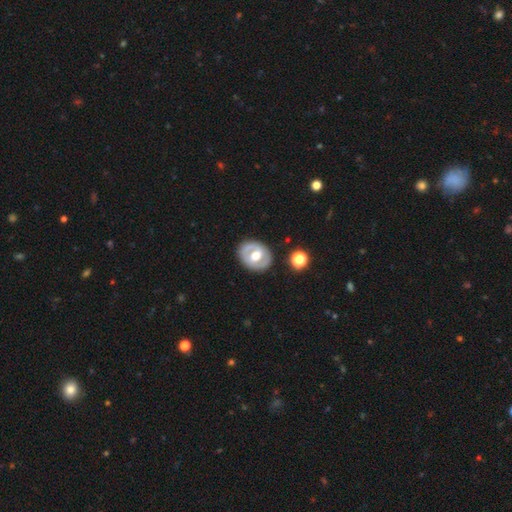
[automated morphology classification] smooth_or_featured: featured or disk (p=0.60) [alt: smooth p=0.35]
disk_edge_on: no (p=0.95) [alt: yes p=0.05]
bar: no (p=0.49) [alt: weak p=0.34]
has_spiral_arms: no (p=0.73) [alt: yes p=0.27]
bulge_size: moderate (p=0.65) [alt: large p=0.28]
merging: none (p=0.83) [alt: minor disturbance p=0.11]